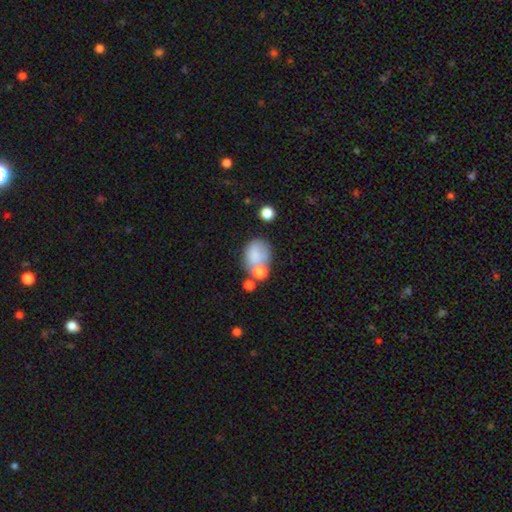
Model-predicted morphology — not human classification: Smooth or featured? smooth (74%)
How rounded? in between (53%)
Merging? none (44%)